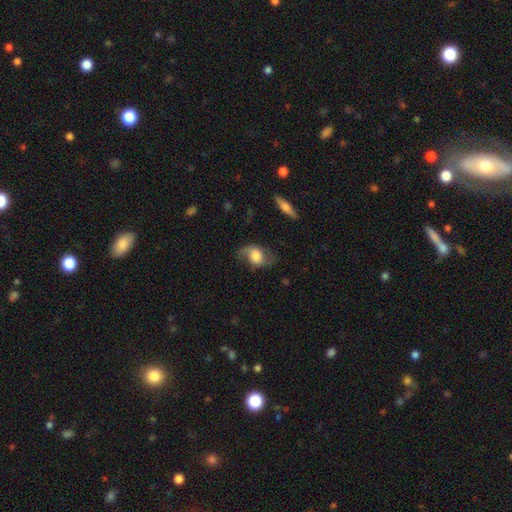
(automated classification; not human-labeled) Morphology: type=featured or disk (57%); edge-on=no (92%); bar=no (60%); spiral arms=yes (87%); bulge=large (47%); merging=none (62%).